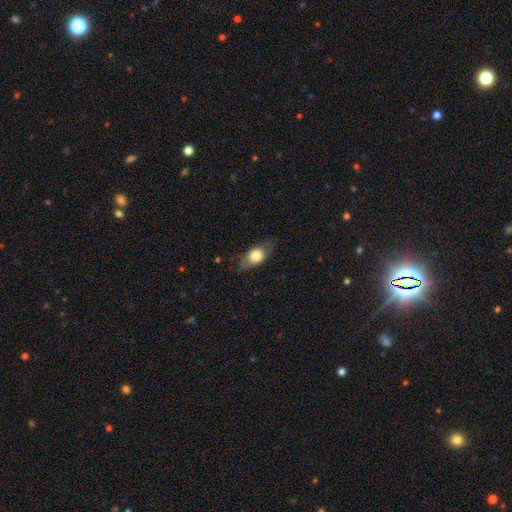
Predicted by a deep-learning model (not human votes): This is likely a smooth galaxy (69%). How rounded: likely in between (71%). Merging: likely none (72%).